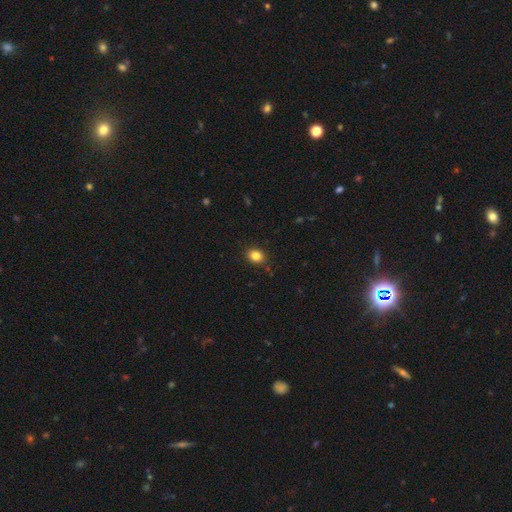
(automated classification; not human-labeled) Smooth or featured: smooth — 84% (star or artifact — 11%)
How rounded: round — 62% (in between — 37%)
Merging: none — 88% (minor disturbance — 9%)